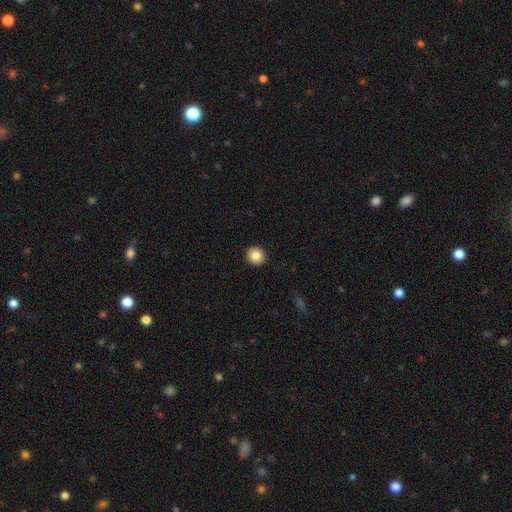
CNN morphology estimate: smooth 85%, star or artifact 9%, featured or disk 5%. Down the decision tree: how rounded — round (93%); merging — none (93%).